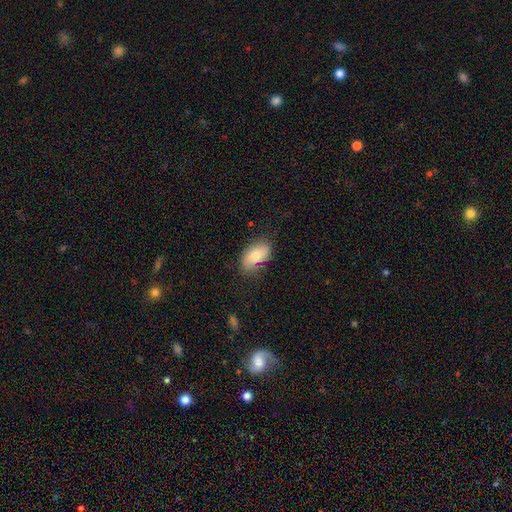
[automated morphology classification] Smooth or featured? smooth (76%)
How rounded? in between (92%)
Merging? none (71%)